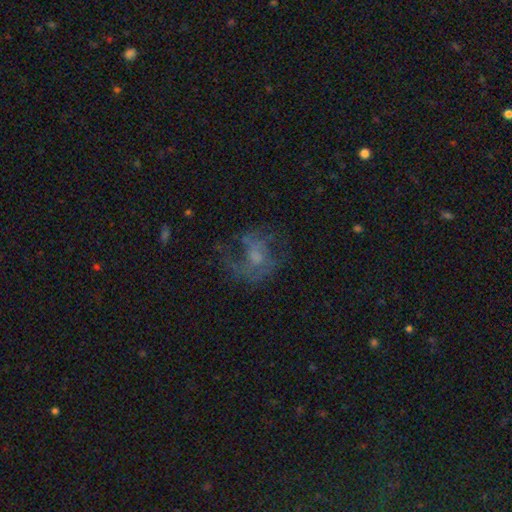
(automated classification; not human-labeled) Q: Smooth or featured?
A: featured or disk (60%); runner-up: smooth (25%)
Q: Edge-on disk?
A: no (97%); runner-up: yes (3%)
Q: Bar?
A: no (72%); runner-up: weak (24%)
Q: Spiral arms?
A: yes (63%); runner-up: no (37%)
Q: Bulge size?
A: small (37%); runner-up: moderate (35%)
Q: Merging?
A: none (48%); runner-up: major disturbance (32%)